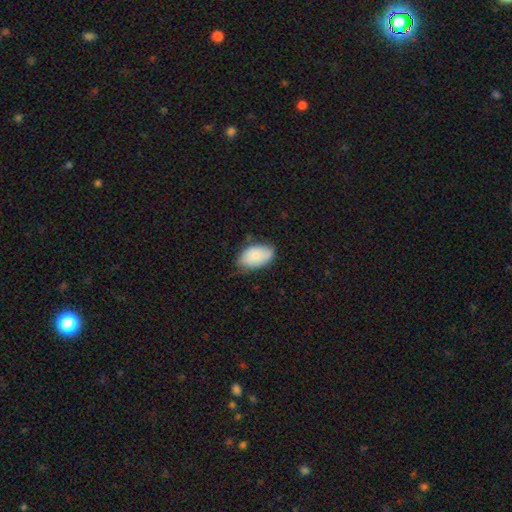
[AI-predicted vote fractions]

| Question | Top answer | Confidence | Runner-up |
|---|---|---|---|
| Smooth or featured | smooth | 81% | featured or disk (12%) |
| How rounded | in between | 93% | round (5%) |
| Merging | none | 65% | minor disturbance (28%) |